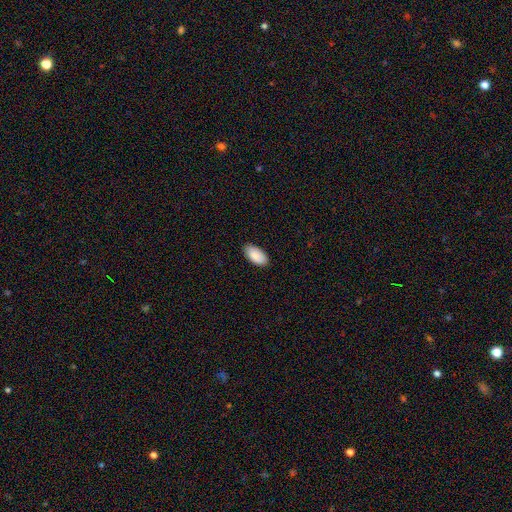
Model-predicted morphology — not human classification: type=smooth (87%); roundness=in between (96%); merging=none (87%).